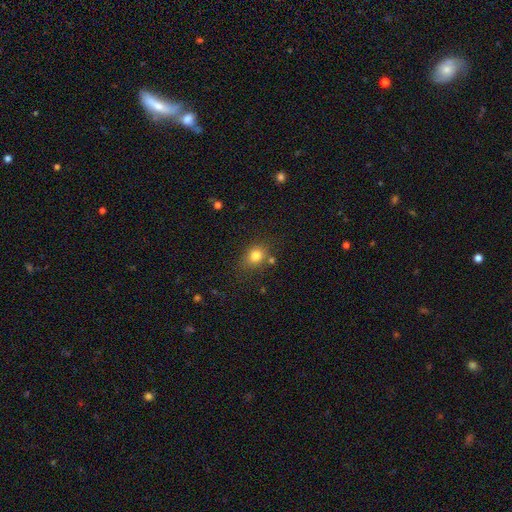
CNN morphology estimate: This is clearly a smooth galaxy (80%). How rounded: possibly round (59%). Merging: likely none (69%).